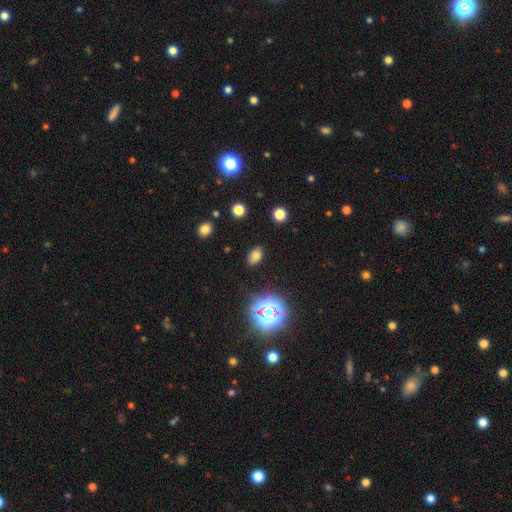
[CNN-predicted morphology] Smooth or featured: smooth — 71% (star or artifact — 20%)
How rounded: in between — 85% (round — 14%)
Merging: none — 83% (minor disturbance — 12%)